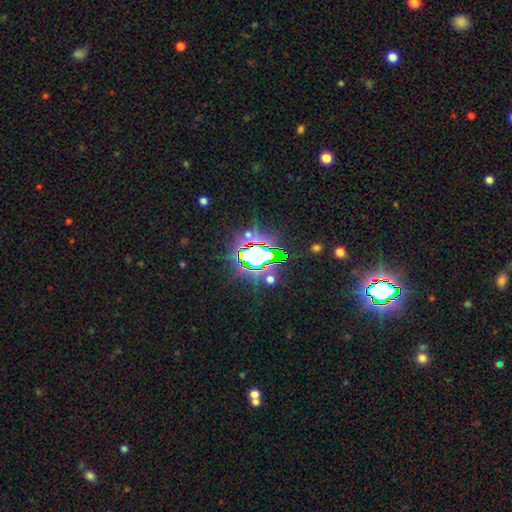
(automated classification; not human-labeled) This appears to be a star or artifact, not a galaxy (76%).